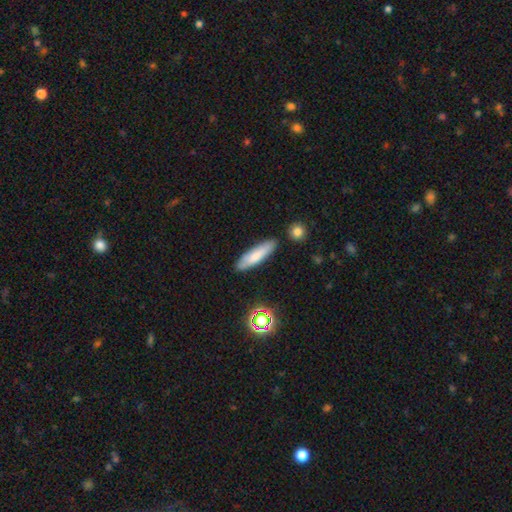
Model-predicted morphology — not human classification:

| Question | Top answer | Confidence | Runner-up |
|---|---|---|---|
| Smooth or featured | smooth | 74% | featured or disk (18%) |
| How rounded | cigar-shaped | 69% | in between (30%) |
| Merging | none | 84% | minor disturbance (11%) |